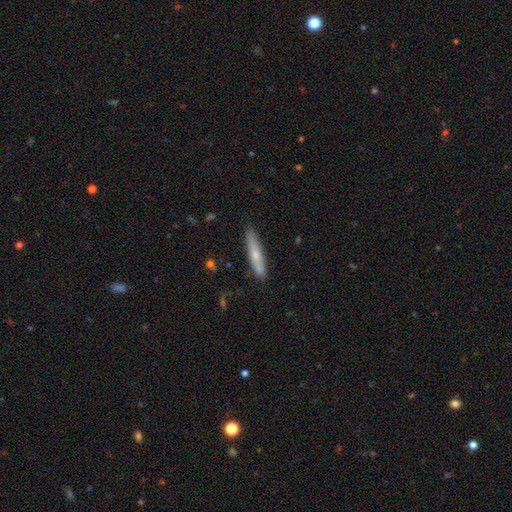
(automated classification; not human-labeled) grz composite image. It shows a smooth galaxy with no disk features (59%) that is cigar-shaped (90%). Merging: none (85%).